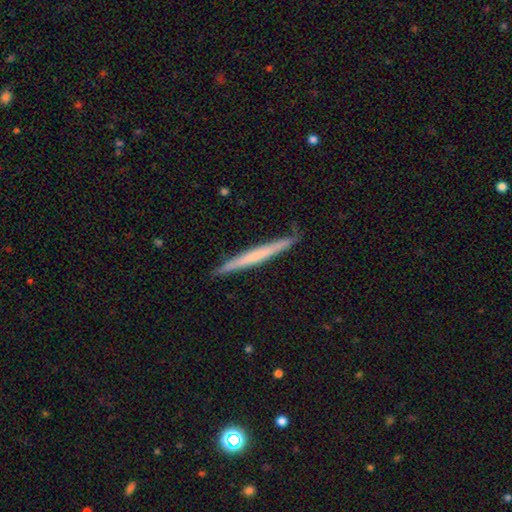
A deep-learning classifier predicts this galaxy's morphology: Q: Smooth or featured?
A: smooth (48%); runner-up: featured or disk (47%)
Q: Merging?
A: none (87%); runner-up: minor disturbance (10%)